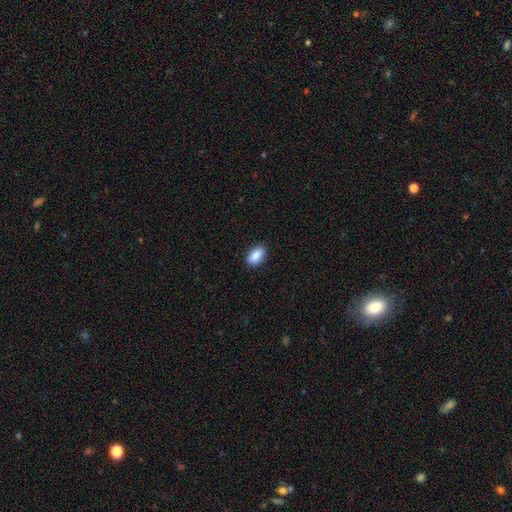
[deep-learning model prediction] This appears to be a smooth galaxy with no disk features (89%) that is in between round and cigar-shaped (90%). Merging: none (87%).